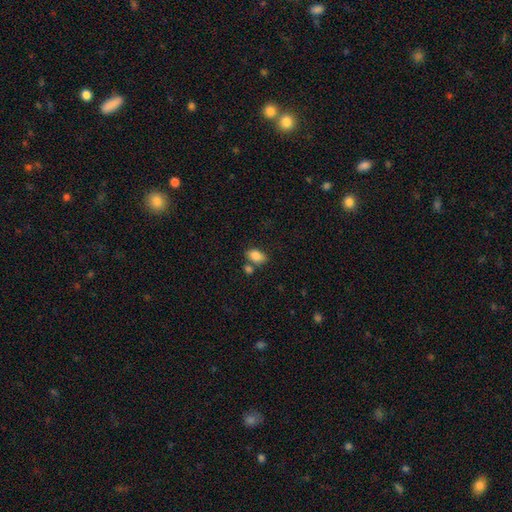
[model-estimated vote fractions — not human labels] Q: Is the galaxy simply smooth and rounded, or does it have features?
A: smooth — 85%.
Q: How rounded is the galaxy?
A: in between — 88%.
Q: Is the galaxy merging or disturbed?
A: none — 61%.